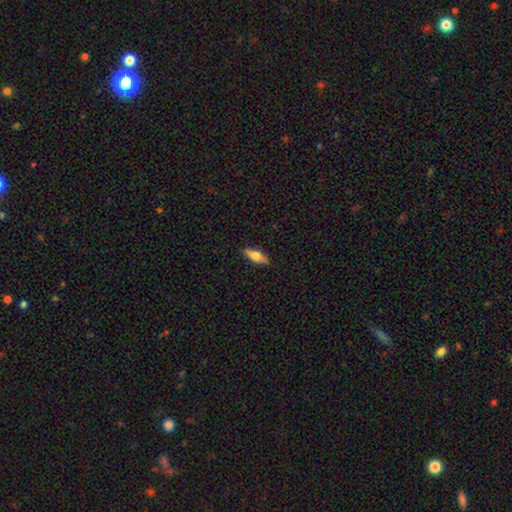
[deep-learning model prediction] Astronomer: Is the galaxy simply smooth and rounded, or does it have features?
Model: smooth — 59% (runner-up: featured or disk, 34%).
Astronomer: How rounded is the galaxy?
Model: in between — 57% (runner-up: cigar-shaped, 40%).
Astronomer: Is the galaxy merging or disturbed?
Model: none — 88%.